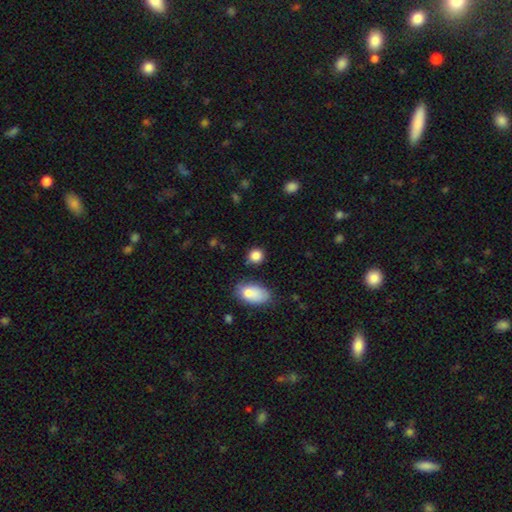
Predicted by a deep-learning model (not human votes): Smooth or featured: smooth — 86% (star or artifact — 10%)
How rounded: round — 78% (in between — 20%)
Merging: none — 78% (minor disturbance — 14%)